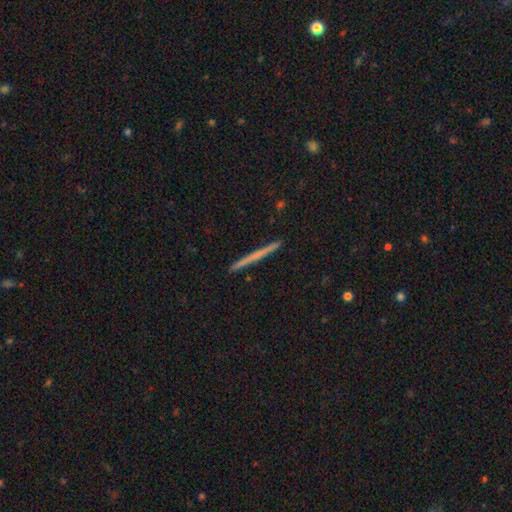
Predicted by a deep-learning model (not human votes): Smooth or featured?
  - smooth: 47% * (tied)
  - featured or disk: 47% * (tied)
  - star or artifact: 6%
Merging?
  - none: 93% *
  - minor disturbance: 5%
  - major disturbance: 1%
  - merger: 1%